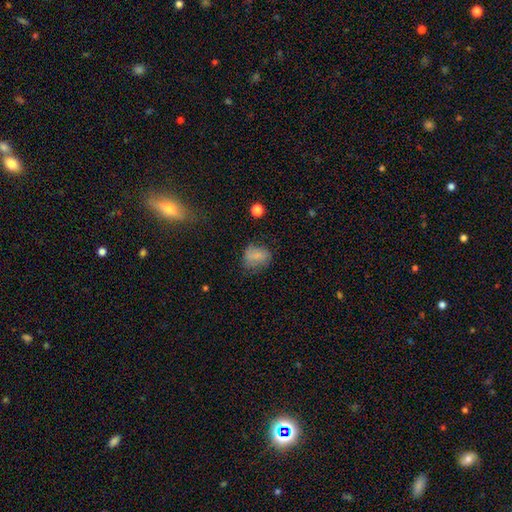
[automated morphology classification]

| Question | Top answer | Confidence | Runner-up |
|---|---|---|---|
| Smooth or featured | smooth | 77% | featured or disk (12%) |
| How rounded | in between | 53% | round (45%) |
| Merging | none | 60% | minor disturbance (27%) |